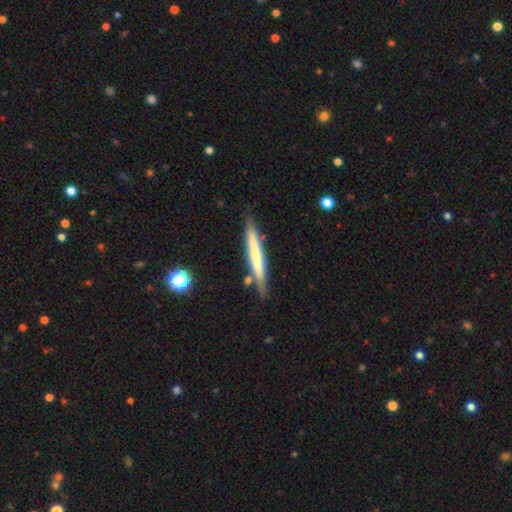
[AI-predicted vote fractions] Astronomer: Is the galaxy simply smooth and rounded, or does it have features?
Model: smooth — 52% (runner-up: featured or disk, 42%).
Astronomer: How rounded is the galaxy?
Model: cigar-shaped — 95%.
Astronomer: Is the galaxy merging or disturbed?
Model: none — 81%.